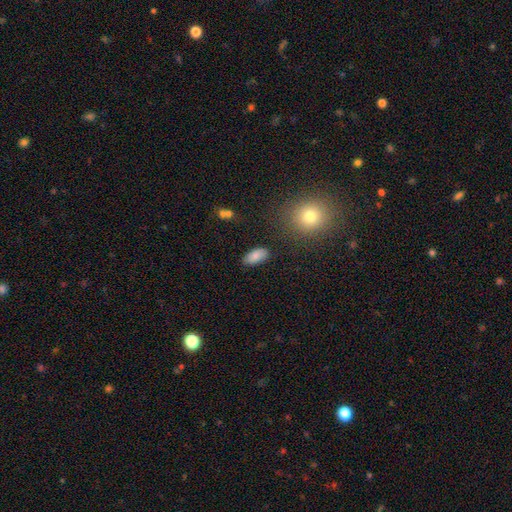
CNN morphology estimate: Overall: smooth (84%). How rounded: in between (93%). Merging: none (83%).